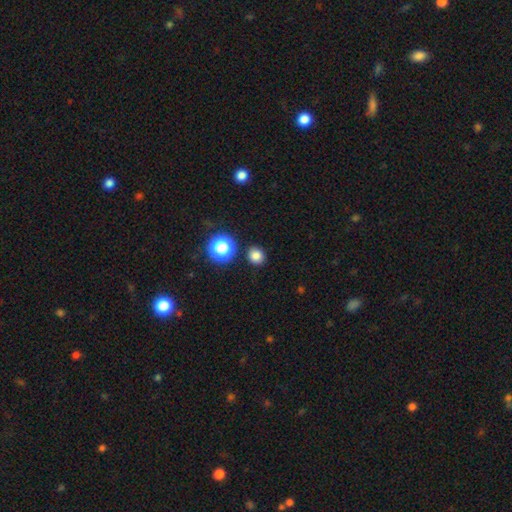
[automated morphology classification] Smooth or featured?
  - smooth: 79% *
  - star or artifact: 16%
  - featured or disk: 5%
How rounded?
  - round: 82% *
  - in between: 17%
  - cigar-shaped: 1%
Merging?
  - none: 89% *
  - minor disturbance: 7%
  - merger: 3%
  - major disturbance: 2%